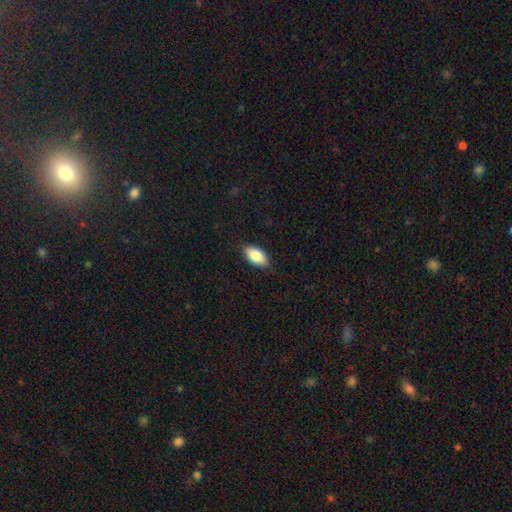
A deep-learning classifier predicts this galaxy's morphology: Smooth or featured? Predicted: smooth (p=0.83). How rounded? Predicted: in between (p=0.93). Merging? Predicted: none (p=0.84).